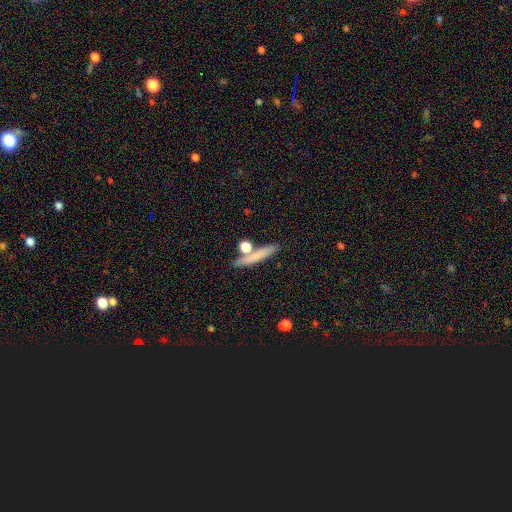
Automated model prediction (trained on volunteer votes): smooth-or-featured: smooth: 71% | featured or disk: 21% | star or artifact: 8%
  how-rounded: cigar-shaped: 82% | in between: 11% | round: 7%
  merging: none: 72% | merger: 13% | minor disturbance: 11% | major disturbance: 4%